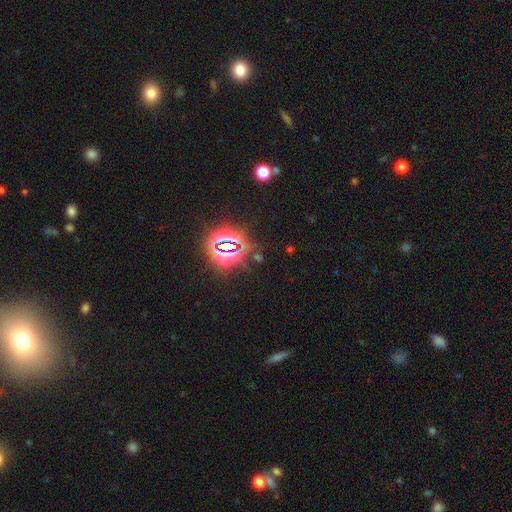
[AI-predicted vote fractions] star or artifact 78%, smooth 13%, featured or disk 8%.